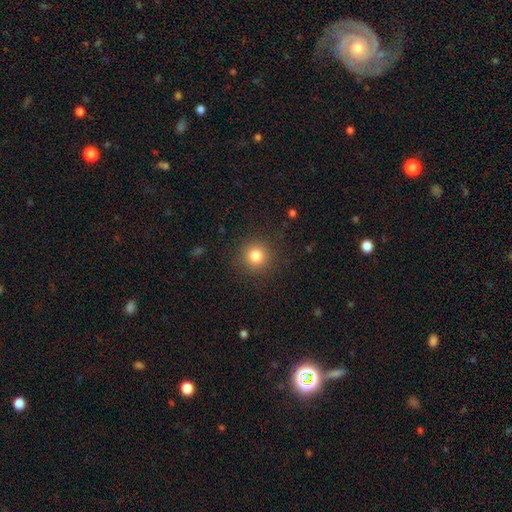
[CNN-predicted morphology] A smooth galaxy with no disk features (81%) that is round (94%). Merging: none (89%).